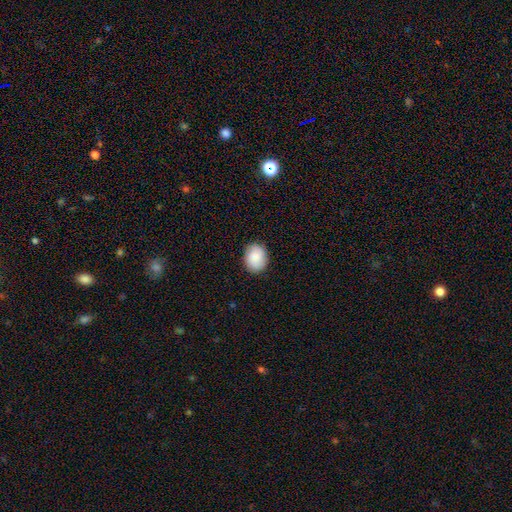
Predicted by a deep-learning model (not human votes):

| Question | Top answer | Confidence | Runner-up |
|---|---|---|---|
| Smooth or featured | smooth | 87% | featured or disk (7%) |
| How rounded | round | 50% | in between (49%) |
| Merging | none | 87% | minor disturbance (10%) |